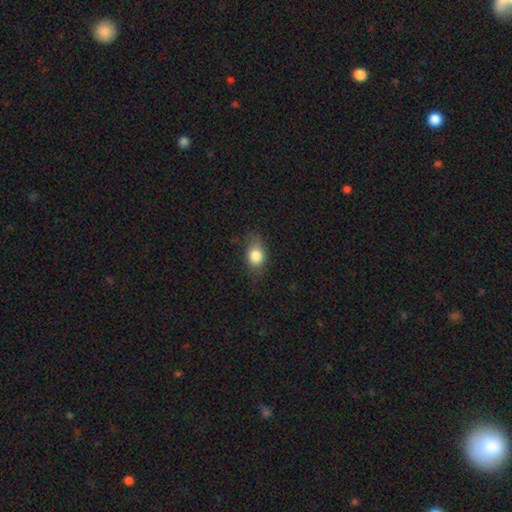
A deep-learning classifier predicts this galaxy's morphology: A smooth galaxy with no disk features (81%) that is in between round and cigar-shaped (70%). Merging: none (71%).